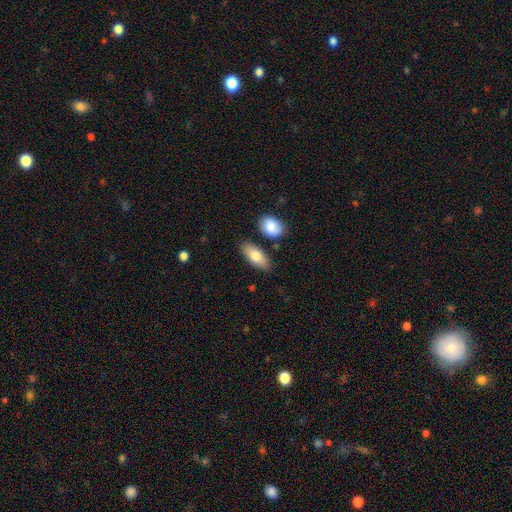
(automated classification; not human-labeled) Morphology: type=smooth (79%); roundness=in between (85%); merging=none (79%).